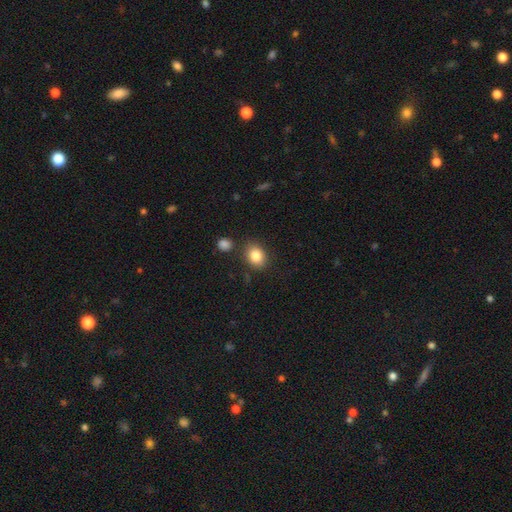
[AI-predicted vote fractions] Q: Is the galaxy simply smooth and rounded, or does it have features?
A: smooth — 84%.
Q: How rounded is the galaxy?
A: in between — 58%.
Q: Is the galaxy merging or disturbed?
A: none — 80%.